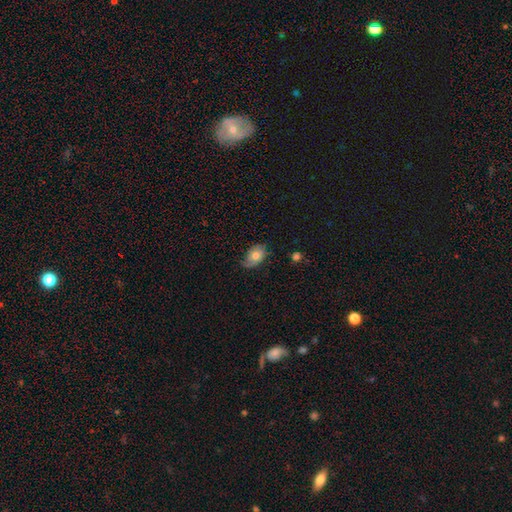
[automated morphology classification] A smooth galaxy with no disk features (58%) that is in between round and cigar-shaped (80%). Merging: none (53%).